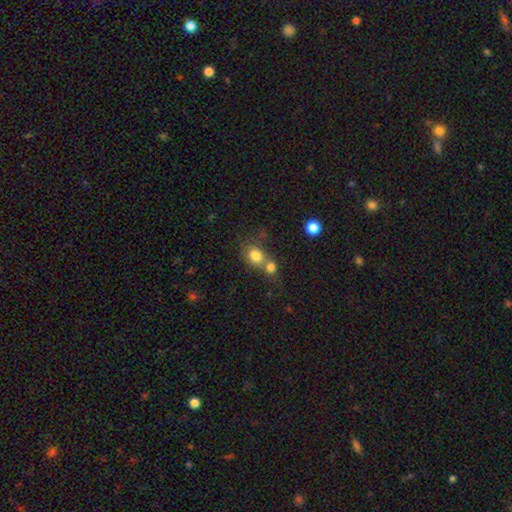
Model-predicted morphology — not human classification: This appears to be a smooth galaxy with no disk features (79%) that is round (65%). Merging: merger (51%).